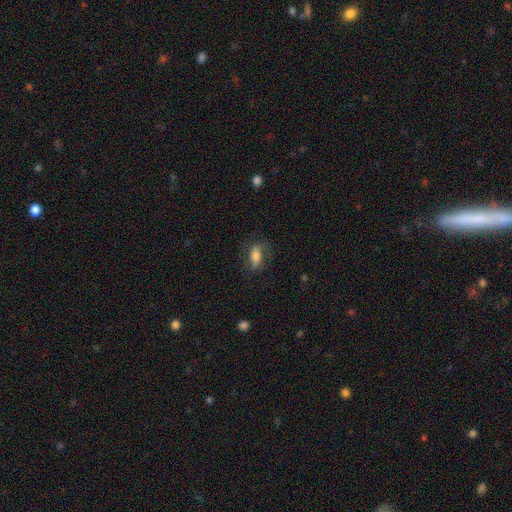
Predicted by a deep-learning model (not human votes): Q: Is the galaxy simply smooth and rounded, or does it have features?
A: smooth — 56%.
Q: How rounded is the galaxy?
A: in between — 73%.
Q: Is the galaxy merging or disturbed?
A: none — 69%.